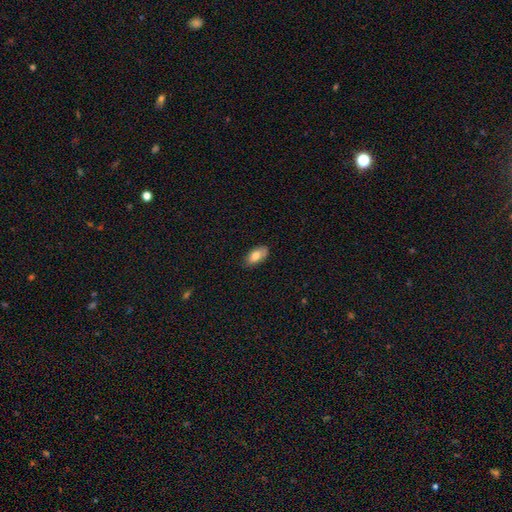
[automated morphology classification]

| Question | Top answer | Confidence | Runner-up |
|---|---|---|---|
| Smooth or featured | smooth | 77% | featured or disk (16%) |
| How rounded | in between | 91% | cigar-shaped (6%) |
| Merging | none | 78% | minor disturbance (18%) |